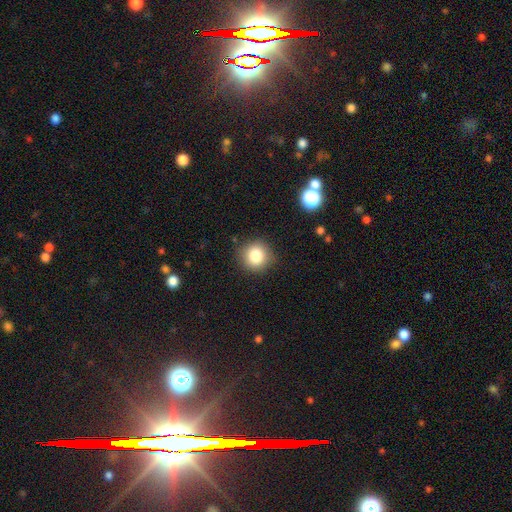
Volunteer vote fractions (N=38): Smooth or featured?
  - smooth: 87% *
  - star or artifact: 8%
  - featured or disk: 5%
How rounded?
  - round: 85% *
  - in between: 15%
  - cigar-shaped: 0%
Merging?
  - none: 86% *
  - minor disturbance: 9%
  - major disturbance: 3%
  - merger: 3%